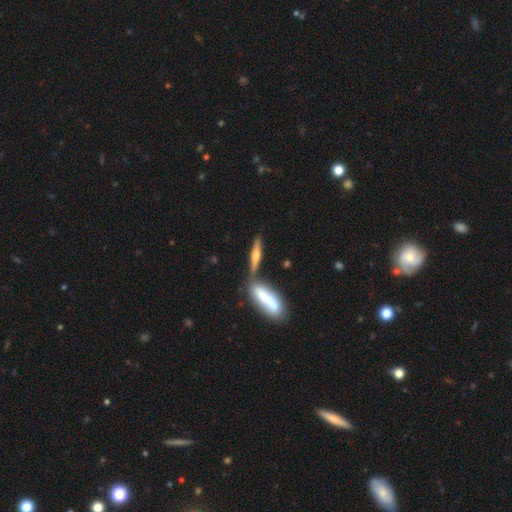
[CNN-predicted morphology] Smooth or featured?
  - featured or disk: 50% *
  - smooth: 42%
  - star or artifact: 7%
Edge-on disk?
  - yes: 93% *
  - no: 7%
Merging?
  - none: 64% *
  - merger: 22%
  - minor disturbance: 10%
  - major disturbance: 3%